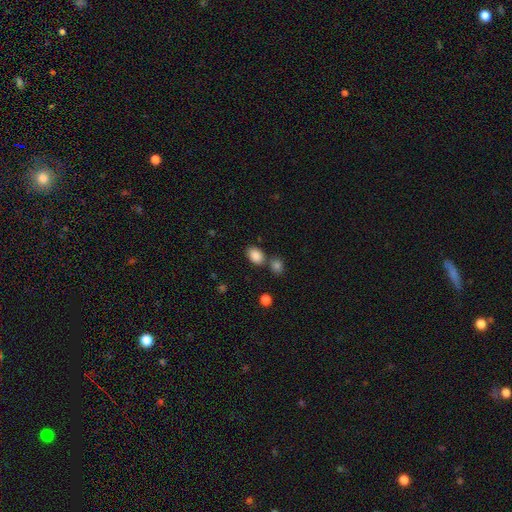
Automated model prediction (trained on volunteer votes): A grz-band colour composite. It shows a smooth galaxy with no disk features (87%) that is in between round and cigar-shaped (82%). Merging: none (68%).